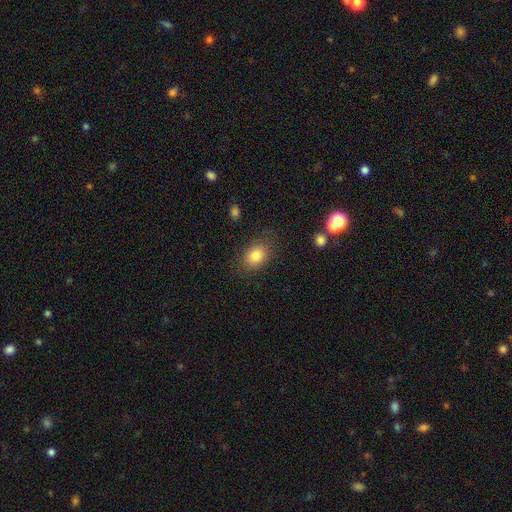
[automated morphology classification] Overall: smooth (82%). How rounded: in between (65%; round 34%). Merging: none (80%).